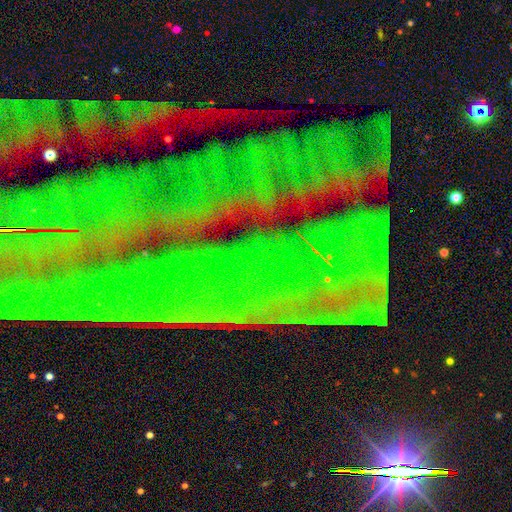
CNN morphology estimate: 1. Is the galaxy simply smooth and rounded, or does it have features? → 86% star or artifact, 8% featured or disk, 6% smooth.